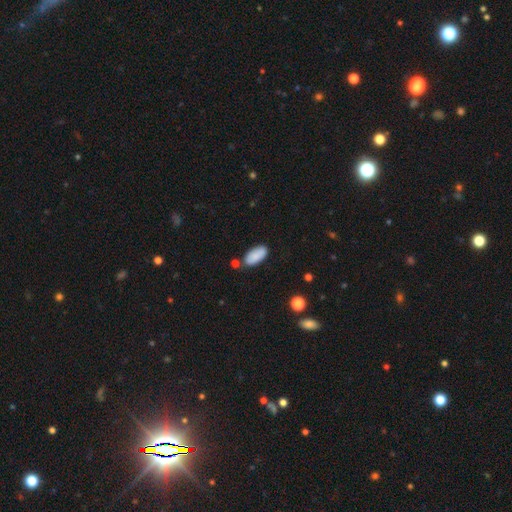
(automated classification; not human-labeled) smooth 87%, star or artifact 7%, featured or disk 6%. Down the decision tree: how rounded — in between (91%); merging — none (76%).